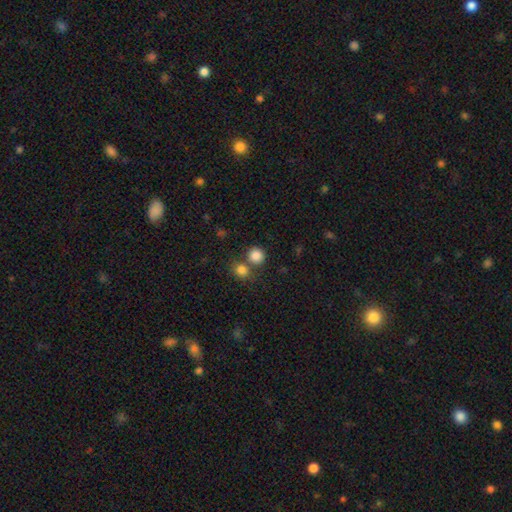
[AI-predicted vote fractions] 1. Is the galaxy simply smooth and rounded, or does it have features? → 85% smooth, 11% star or artifact, 5% featured or disk.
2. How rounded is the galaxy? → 89% round, 11% in between, 1% cigar-shaped.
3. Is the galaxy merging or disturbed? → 63% none, 26% merger, 8% minor disturbance, 3% major disturbance.